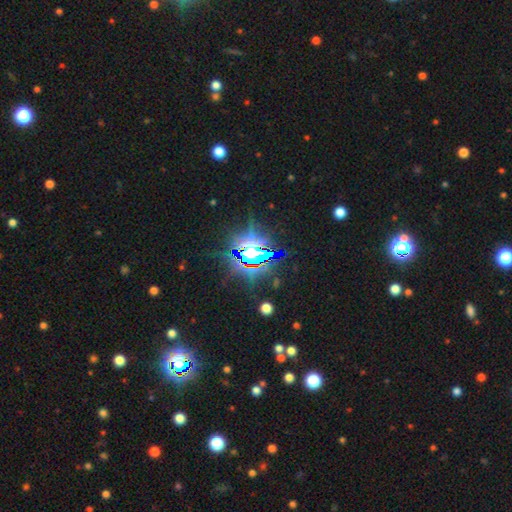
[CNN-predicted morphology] This is clearly a star or artifact rather than a galaxy (84%).